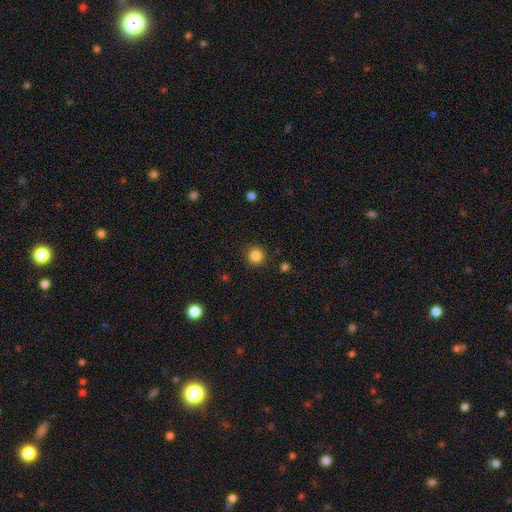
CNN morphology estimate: Q: Smooth or featured?
A: smooth (85%); runner-up: star or artifact (12%)
Q: How rounded?
A: round (95%); runner-up: in between (4%)
Q: Merging?
A: none (90%); runner-up: minor disturbance (6%)